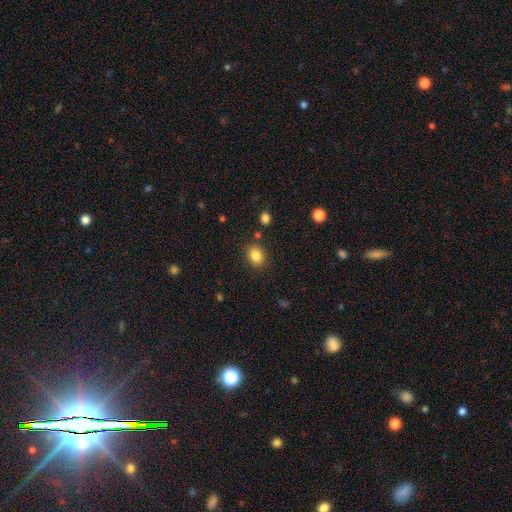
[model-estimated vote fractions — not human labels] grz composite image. It shows a smooth galaxy with no disk features (84%) that is in between round and cigar-shaped (51%). Merging: none (83%).